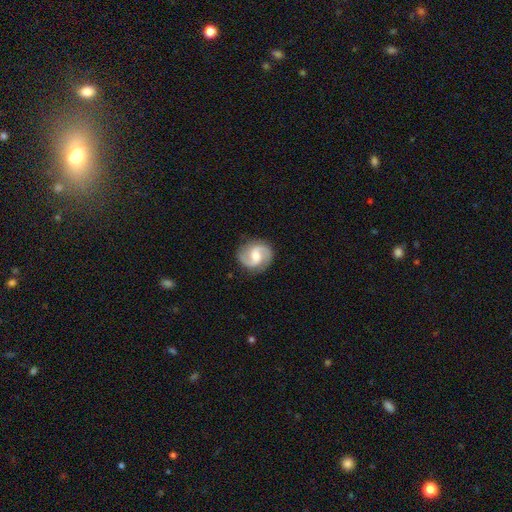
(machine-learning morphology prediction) Smooth or featured? Predicted: featured or disk (p=0.86). Edge-on disk? Predicted: no (p=0.98). Bar? Predicted: weak (p=0.49). Spiral arms? Predicted: yes (p=0.97). Spiral winding? Predicted: medium (p=0.55). Spiral arm count? Predicted: 2 (p=0.93). Bulge size? Predicted: moderate (p=0.57). Merging? Predicted: none (p=0.86).